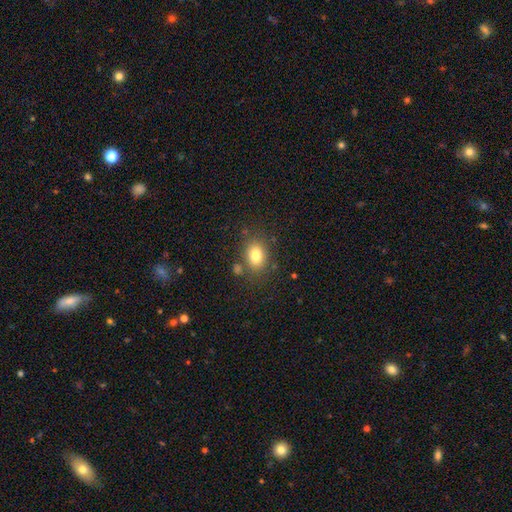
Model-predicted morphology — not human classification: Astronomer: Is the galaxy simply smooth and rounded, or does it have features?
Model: smooth — 80%.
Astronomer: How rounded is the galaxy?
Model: in between — 61% (runner-up: round, 38%).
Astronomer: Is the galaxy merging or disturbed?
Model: none — 76%.